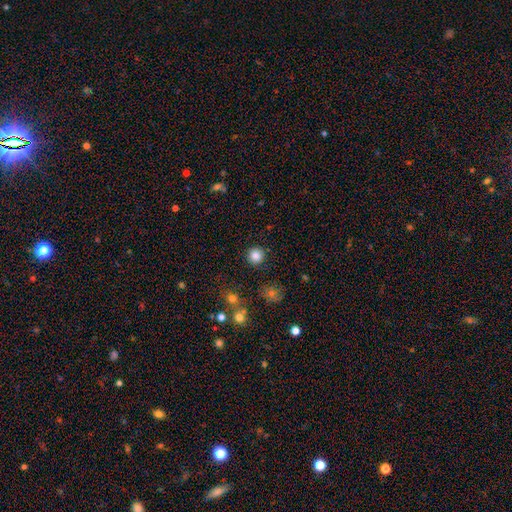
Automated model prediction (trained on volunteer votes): This appears to be a smooth galaxy with no disk features (85%) that is round (94%). Merging: none (90%).